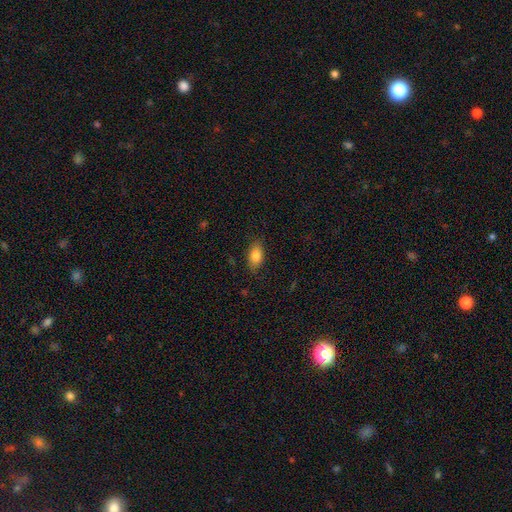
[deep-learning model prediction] Overall: smooth (84%). How rounded: in between (89%). Merging: none (84%).